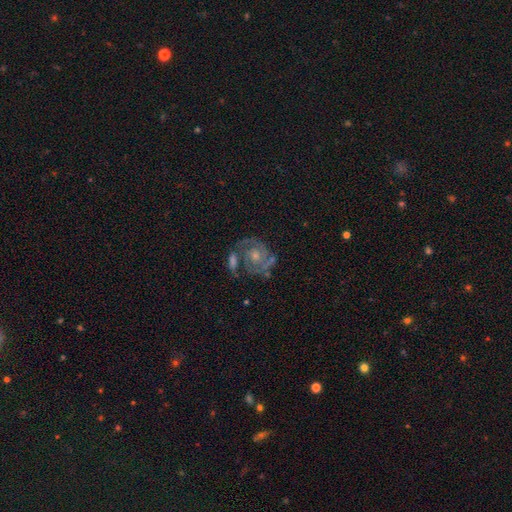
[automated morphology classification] This is clearly a featured or disk galaxy (86%). It is clearly not viewed edge-on (98%). Bar: likely no (71%). Spiral arm pattern: clearly yes (95%). Spiral arm count: likely 2 (64%). Spiral winding: possibly tight (56%). Central bulge: possibly moderate (50%). Merging: possibly none (58%).